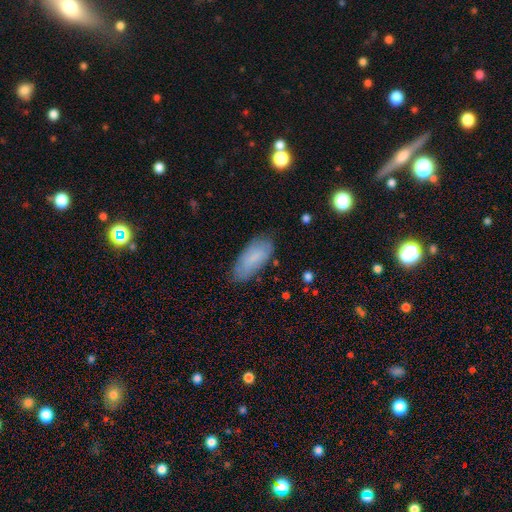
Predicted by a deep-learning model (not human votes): Overall: smooth (78%). How rounded: in between (86%). Merging: none (74%).